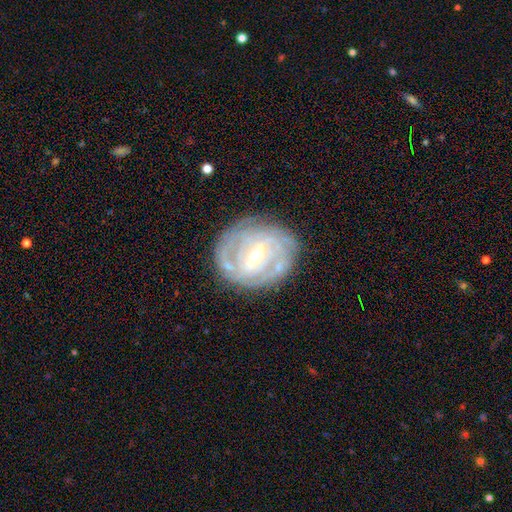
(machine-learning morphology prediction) The model was most divided on "bulge size": moderate: 51%, small: 45%, large: 2%, none: 1%, dominant: 1%. Remaining: edge-on disk — no (96%); spiral arms — yes (92%); smooth or featured — featured or disk (86%); spiral winding — tight (78%); merging — none (78%); bar — weak (47%); spiral arm count — can't tell (37%).